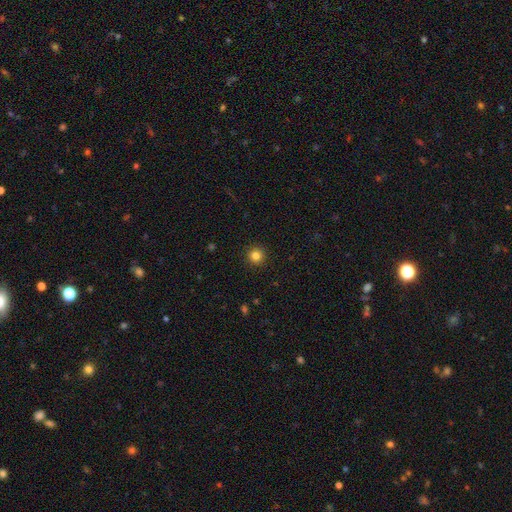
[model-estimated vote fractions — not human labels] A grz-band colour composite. It shows a smooth galaxy with no disk features (83%) that is round (95%). Merging: none (93%).